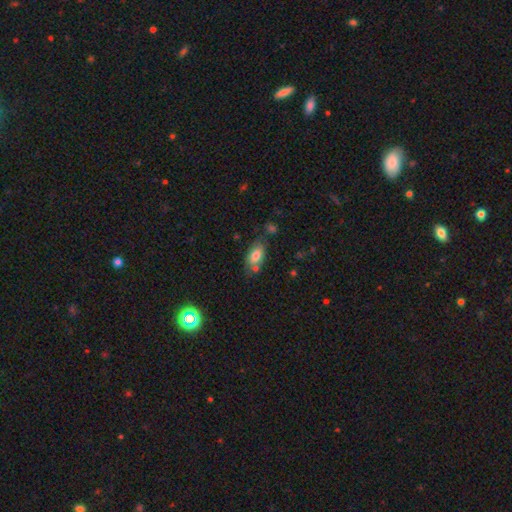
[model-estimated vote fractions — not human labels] The model was most divided on "merging": none: 63%, minor disturbance: 19%, merger: 14%, major disturbance: 5%. More confident: how rounded — in between (88%); smooth or featured — smooth (77%).